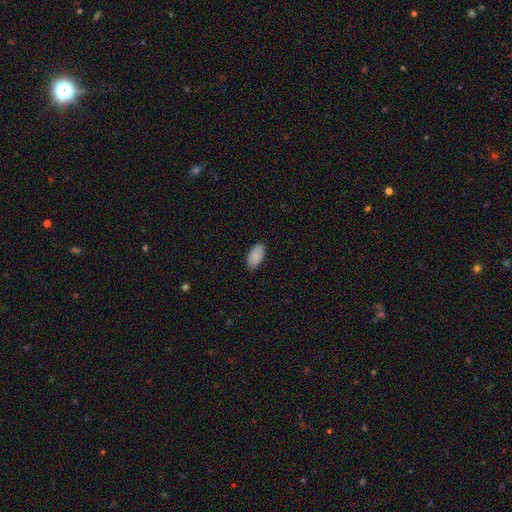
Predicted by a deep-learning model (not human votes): smooth_or_featured: smooth (p=0.87) [alt: featured or disk p=0.06]
how_rounded: in between (p=0.95) [alt: cigar-shaped p=0.03]
merging: none (p=0.86) [alt: minor disturbance p=0.11]